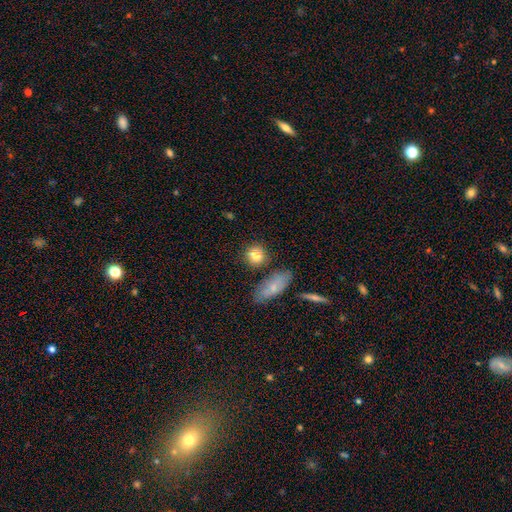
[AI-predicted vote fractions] Smooth or featured: smooth — 80% (featured or disk — 10%)
How rounded: round — 74% (in between — 24%)
Merging: none — 74% (minor disturbance — 13%)